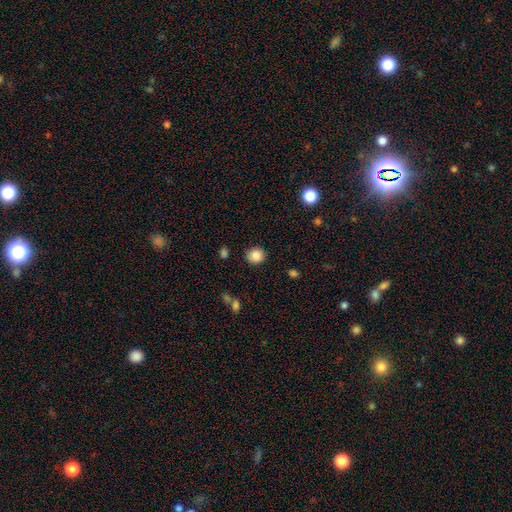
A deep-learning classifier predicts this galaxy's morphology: Smooth or featured?
  - smooth: 86% *
  - star or artifact: 10%
  - featured or disk: 4%
How rounded?
  - round: 86% *
  - in between: 13%
  - cigar-shaped: 1%
Merging?
  - none: 87% *
  - minor disturbance: 9%
  - major disturbance: 3%
  - merger: 2%